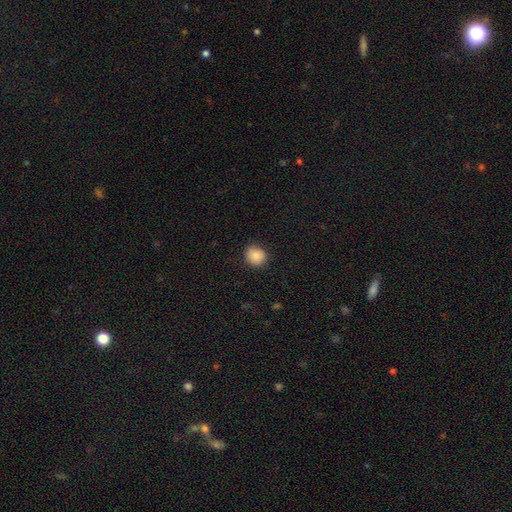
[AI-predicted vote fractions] Smooth or featured: smooth — 86% (star or artifact — 8%)
How rounded: round — 84% (in between — 15%)
Merging: none — 85% (minor disturbance — 11%)